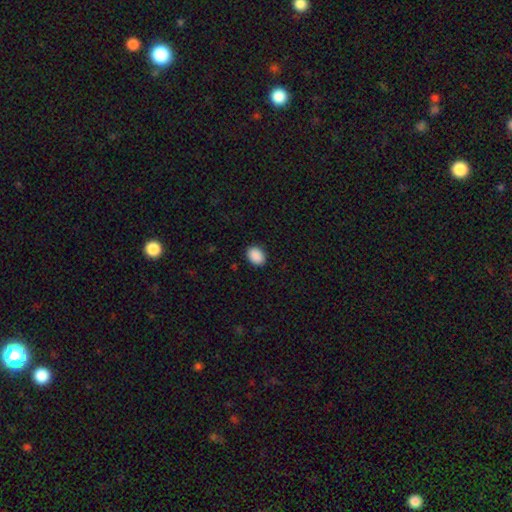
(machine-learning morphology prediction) A smooth galaxy with no disk features (91%) that is in between round and cigar-shaped (69%). Merging: none (90%).